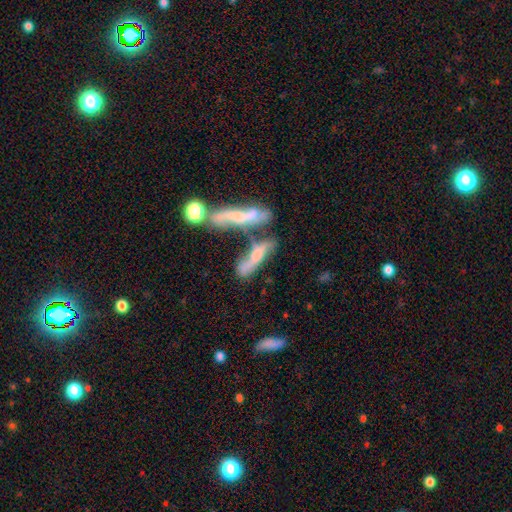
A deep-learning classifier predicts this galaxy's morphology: type=featured or disk (51%); edge-on=no (51%); merging=merger (50%).